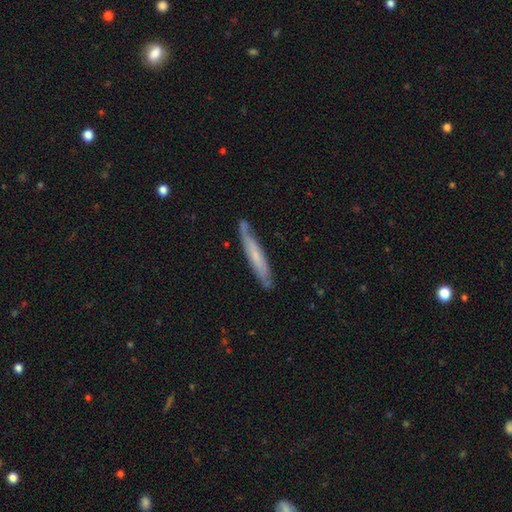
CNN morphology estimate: Smooth or featured: smooth — 49% (featured or disk — 45%)
Merging: none — 75% (minor disturbance — 18%)